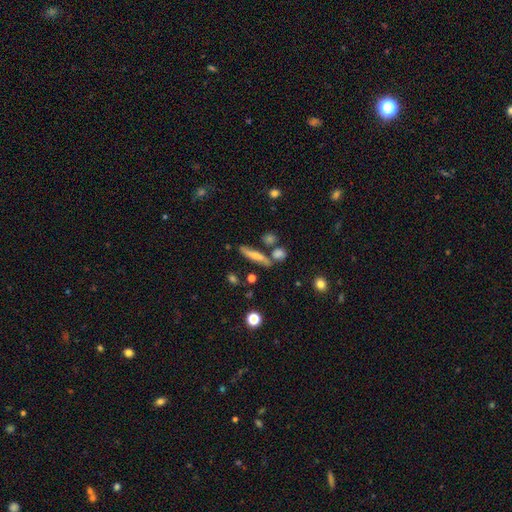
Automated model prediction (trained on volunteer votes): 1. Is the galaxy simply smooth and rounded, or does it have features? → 53% smooth, 38% featured or disk, 9% star or artifact.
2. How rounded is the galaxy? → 79% cigar-shaped, 16% in between, 5% round.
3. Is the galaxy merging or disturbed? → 66% none, 15% minor disturbance, 14% merger, 5% major disturbance.